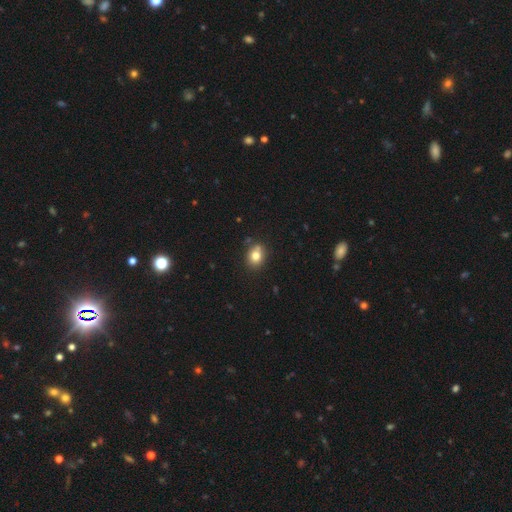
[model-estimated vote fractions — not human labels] smooth_or_featured: smooth (p=0.79) [alt: star or artifact p=0.11]
how_rounded: round (p=0.56) [alt: in between p=0.43]
merging: none (p=0.75) [alt: minor disturbance p=0.14]